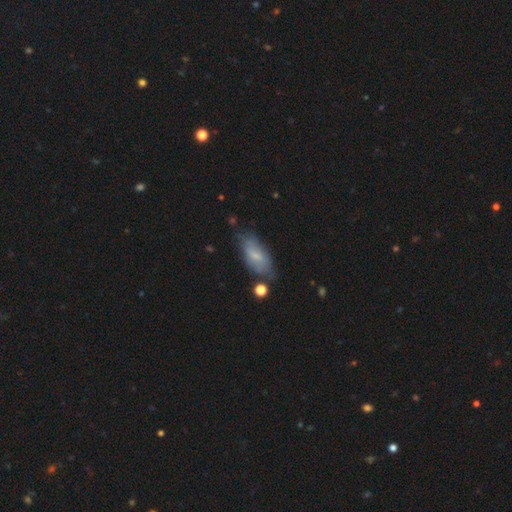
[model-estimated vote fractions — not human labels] Overall: smooth (62%; featured or disk 31%). How rounded: in between (82%). Merging: none (62%; minor disturbance 26%).